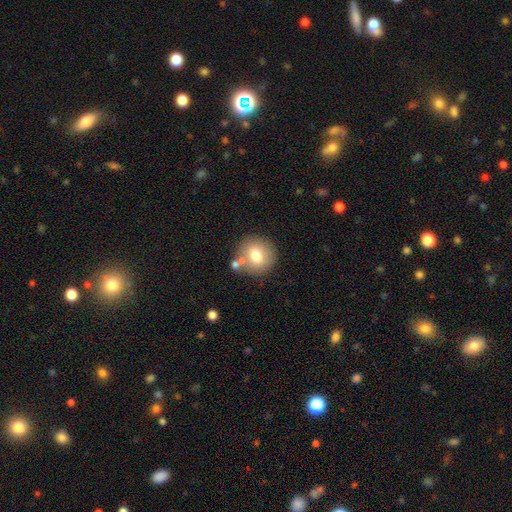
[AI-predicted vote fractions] smooth-or-featured: smooth: 73% | featured or disk: 17% | star or artifact: 9%
  how-rounded: round: 88% | in between: 12% | cigar-shaped: 1%
  merging: none: 73% | merger: 12% | minor disturbance: 11% | major disturbance: 4%